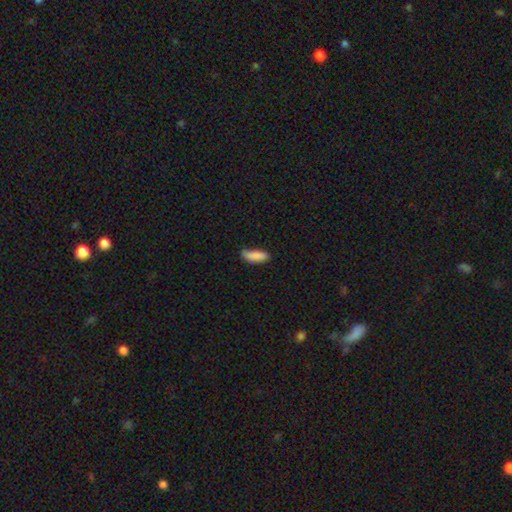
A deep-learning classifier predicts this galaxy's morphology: Overall: smooth (87%). How rounded: in between (54%; cigar-shaped 44%). Merging: none (69%).